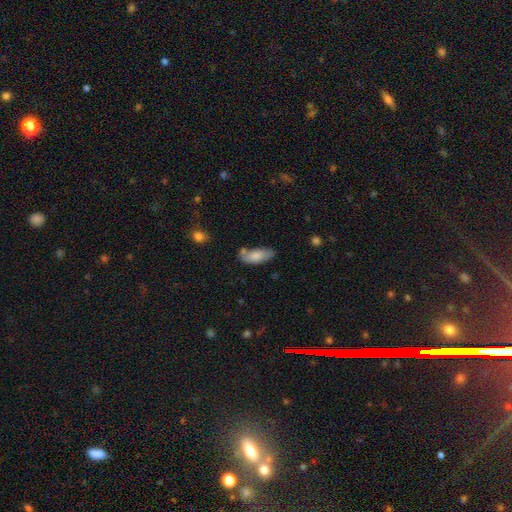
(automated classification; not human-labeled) Overall: smooth (79%). How rounded: in between (81%). Merging: none (64%).